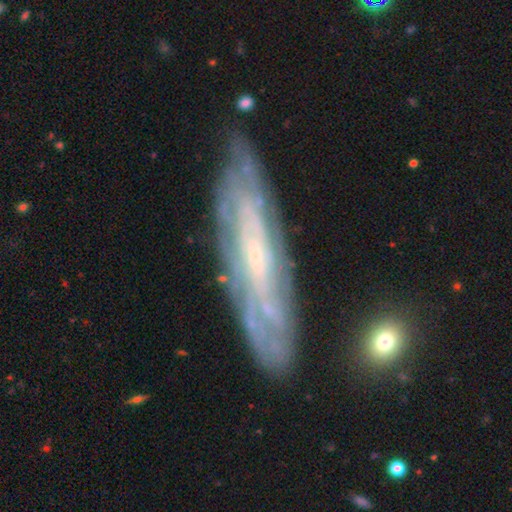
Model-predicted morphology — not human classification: smooth-or-featured: featured or disk: 75% | smooth: 18% | star or artifact: 7%
  disk-edge-on: no: 63% | yes: 37%
  merging: none: 76% | minor disturbance: 17% | major disturbance: 5% | merger: 2%